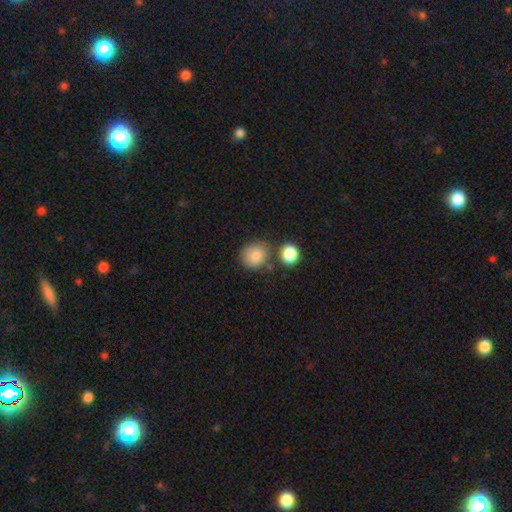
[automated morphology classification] This is clearly a smooth galaxy (85%). How rounded: clearly round (80%). Merging: likely none (65%).